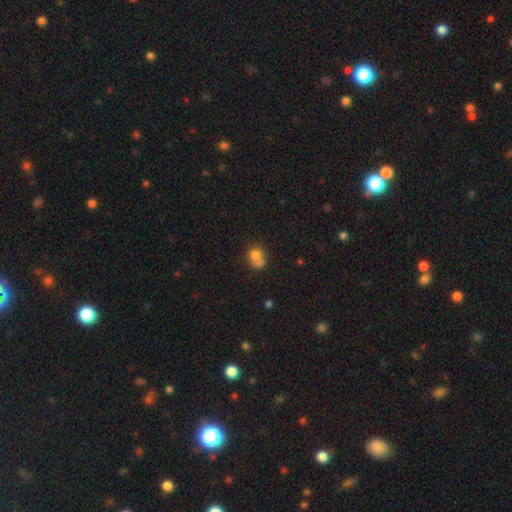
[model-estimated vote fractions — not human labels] smooth 73%, featured or disk 15%, star or artifact 12%. Down the decision tree: how rounded — round (64%); merging — merger (43%).